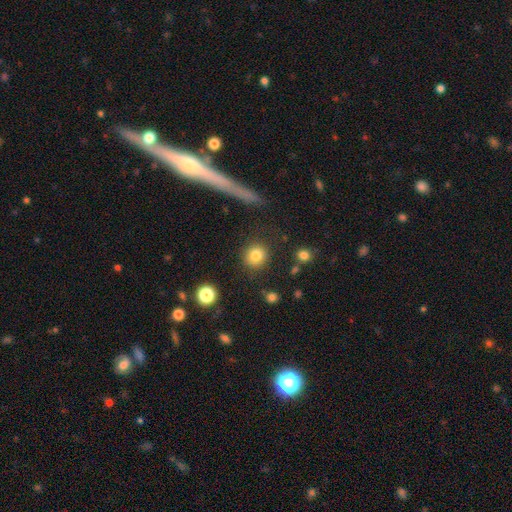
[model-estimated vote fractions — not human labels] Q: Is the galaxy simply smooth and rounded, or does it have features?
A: smooth — 82%.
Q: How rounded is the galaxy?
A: round — 88%.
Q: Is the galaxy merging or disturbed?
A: none — 86%.